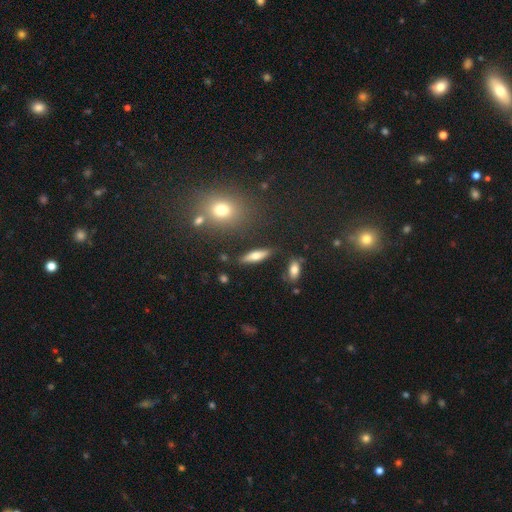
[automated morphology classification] type=smooth (55%); roundness=cigar-shaped (58%); merging=none (84%).